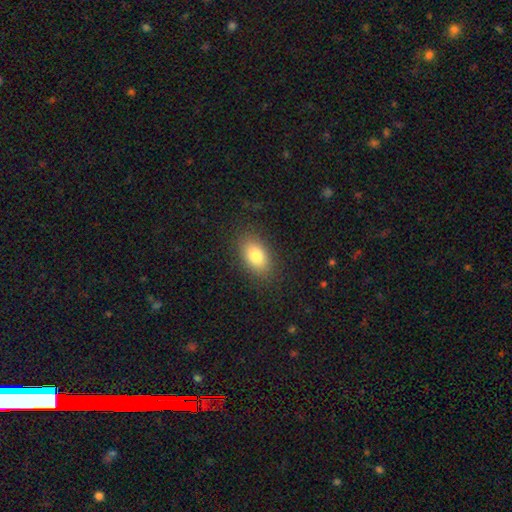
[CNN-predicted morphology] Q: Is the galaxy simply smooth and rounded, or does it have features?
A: smooth — 82%.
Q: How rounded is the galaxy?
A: in between — 87%.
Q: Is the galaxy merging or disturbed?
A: none — 86%.